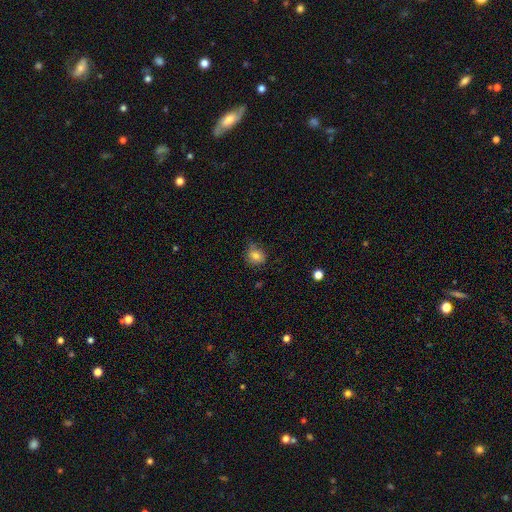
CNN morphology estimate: A smooth galaxy with no disk features (77%) that is round (72%). Merging: none (69%).